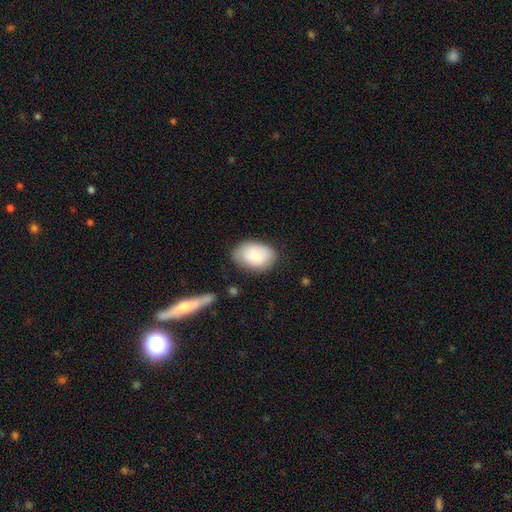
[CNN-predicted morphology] Smooth or featured? smooth (77%)
How rounded? in between (87%)
Merging? none (75%)